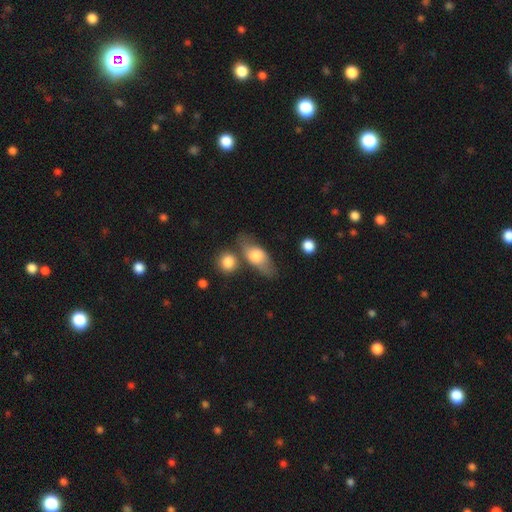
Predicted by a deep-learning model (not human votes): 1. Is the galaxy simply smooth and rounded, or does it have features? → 65% smooth, 30% featured or disk, 6% star or artifact.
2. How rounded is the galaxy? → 74% in between, 19% cigar-shaped, 7% round.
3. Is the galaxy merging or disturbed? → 60% none, 17% minor disturbance, 16% merger, 6% major disturbance.